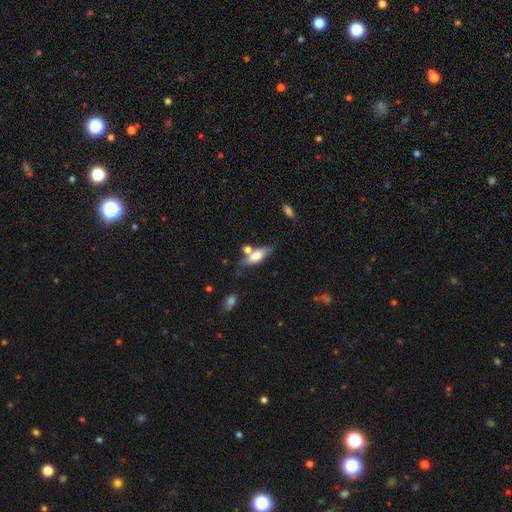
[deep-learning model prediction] Smooth or featured? Predicted: smooth (p=0.72). How rounded? Predicted: in between (p=0.64). Merging? Predicted: none (p=0.56).